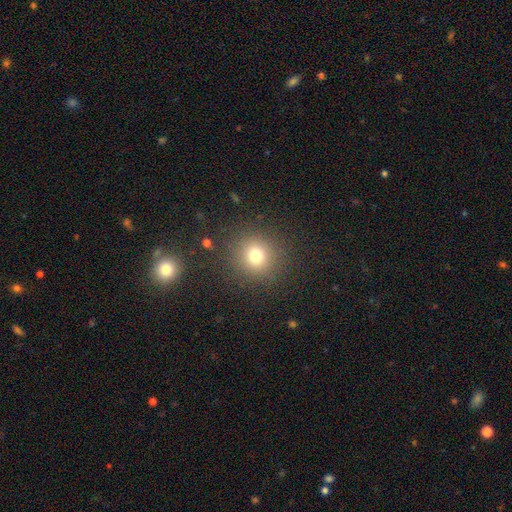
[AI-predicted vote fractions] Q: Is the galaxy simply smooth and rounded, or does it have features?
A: smooth — 76%.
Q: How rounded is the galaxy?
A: round — 91%.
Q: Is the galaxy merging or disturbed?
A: none — 89%.